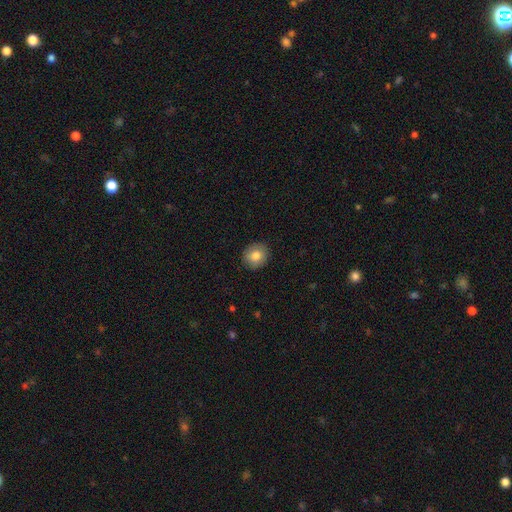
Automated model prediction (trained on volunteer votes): Smooth or featured: smooth — 81% (featured or disk — 11%)
How rounded: round — 78% (in between — 21%)
Merging: none — 89% (minor disturbance — 8%)